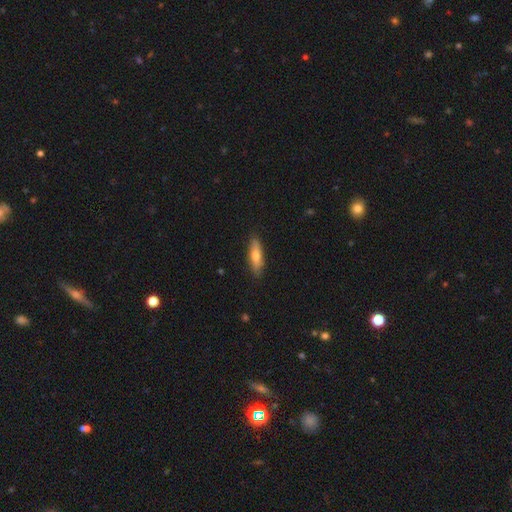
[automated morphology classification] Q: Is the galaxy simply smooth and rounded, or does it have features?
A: smooth — 64%.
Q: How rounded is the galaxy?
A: cigar-shaped — 62%.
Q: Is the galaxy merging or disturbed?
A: none — 86%.